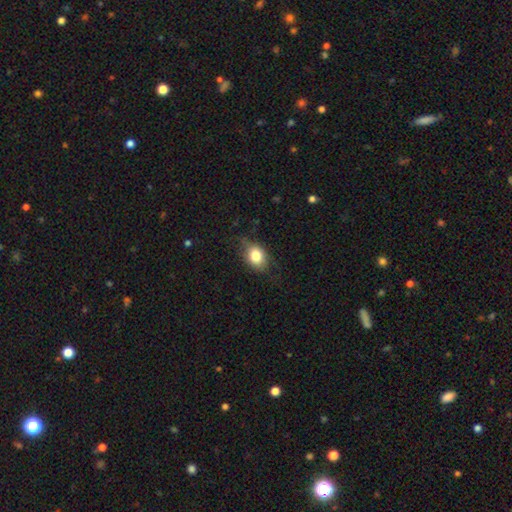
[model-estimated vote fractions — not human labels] Overall: smooth (78%). How rounded: in between (69%). Merging: none (68%).